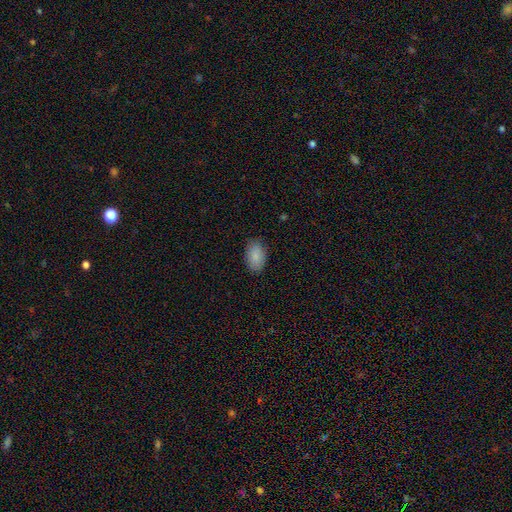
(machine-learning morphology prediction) A smooth galaxy with no disk features (89%) that is in between round and cigar-shaped (92%).

Vote fractions:
- Smooth or featured? smooth: 89% / star or artifact: 7% / featured or disk: 5%
- How rounded? in between: 92% / round: 6% / cigar-shaped: 1%
- Merging? none: 86% / minor disturbance: 11% / major disturbance: 3% / merger: 1%